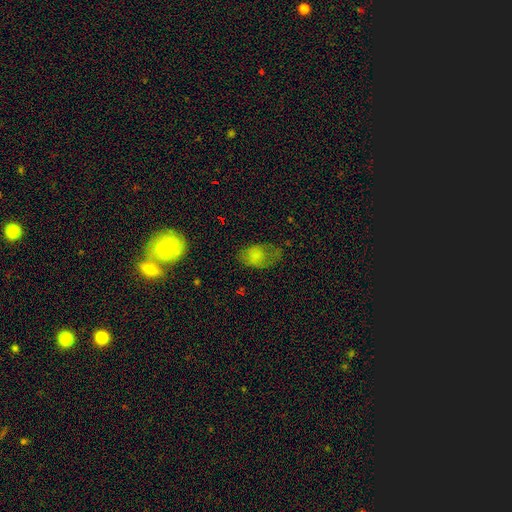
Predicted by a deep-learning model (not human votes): The model was most divided on "merging": none: 44%, minor disturbance: 29%, major disturbance: 24%, merger: 2%. More confident: how rounded — in between (87%); smooth or featured — smooth (66%).